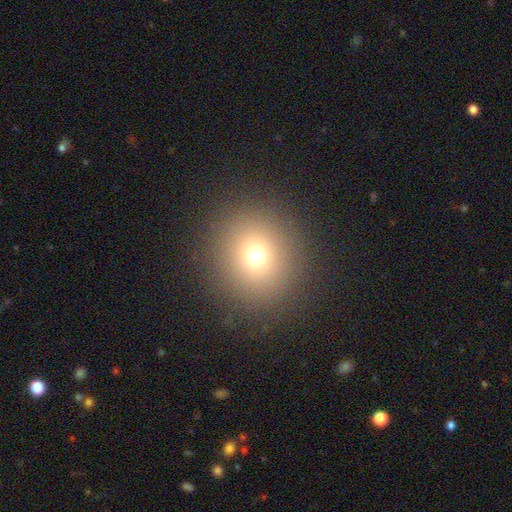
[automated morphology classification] Smooth or featured? smooth (70%)
How rounded? round (89%)
Merging? none (89%)